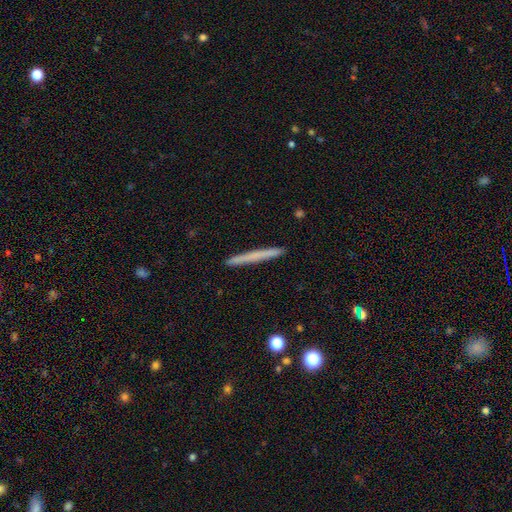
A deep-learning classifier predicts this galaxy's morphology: Q: Smooth or featured?
A: smooth (60%); runner-up: featured or disk (34%)
Q: How rounded?
A: cigar-shaped (97%); runner-up: in between (2%)
Q: Merging?
A: none (92%); runner-up: minor disturbance (5%)